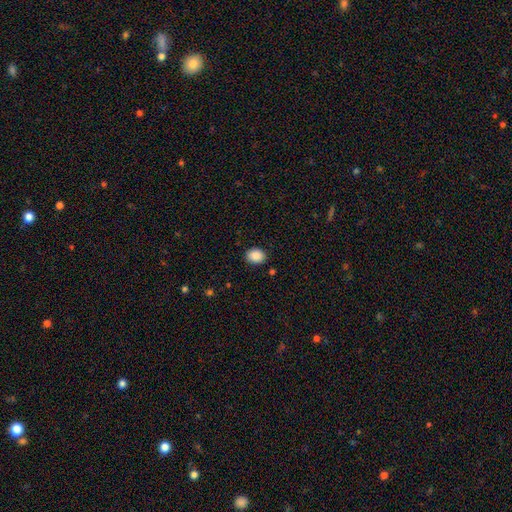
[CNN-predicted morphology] Overall: smooth (88%). How rounded: in between (54%; round 45%). Merging: none (87%).